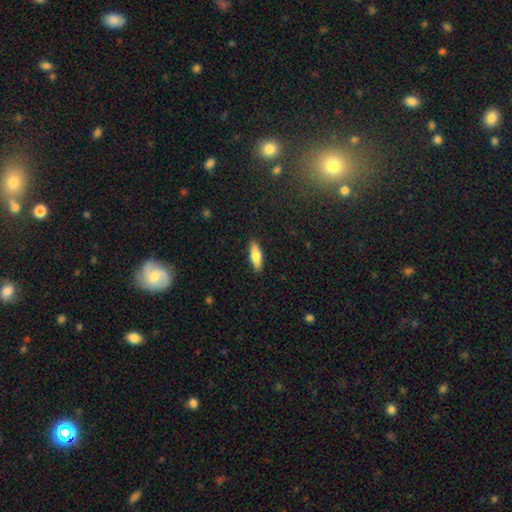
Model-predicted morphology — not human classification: Smooth or featured?
  - smooth: 73% *
  - featured or disk: 21%
  - star or artifact: 6%
How rounded?
  - in between: 53% *
  - cigar-shaped: 45%
  - round: 2%
Merging?
  - none: 89% *
  - minor disturbance: 8%
  - major disturbance: 2%
  - merger: 1%